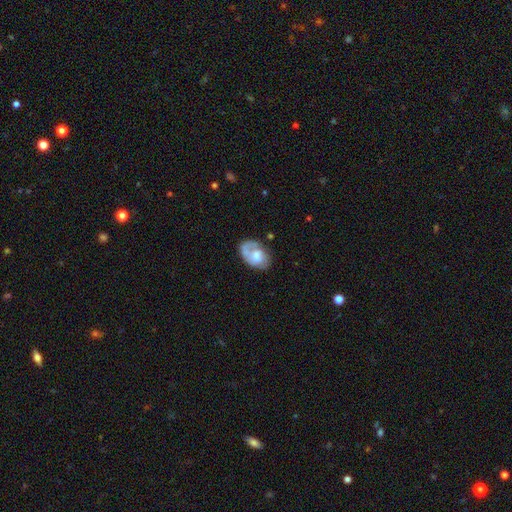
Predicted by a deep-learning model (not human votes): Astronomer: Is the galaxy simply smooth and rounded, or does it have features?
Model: featured or disk — 49% (runner-up: smooth, 44%).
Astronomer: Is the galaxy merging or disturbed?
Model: none — 46% (runner-up: minor disturbance, 26%).